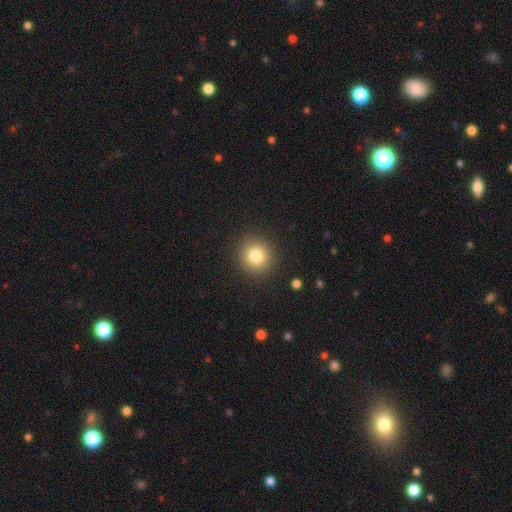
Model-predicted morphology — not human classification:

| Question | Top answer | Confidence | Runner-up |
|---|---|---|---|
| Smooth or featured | smooth | 80% | star or artifact (12%) |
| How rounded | round | 91% | in between (8%) |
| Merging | none | 90% | minor disturbance (6%) |